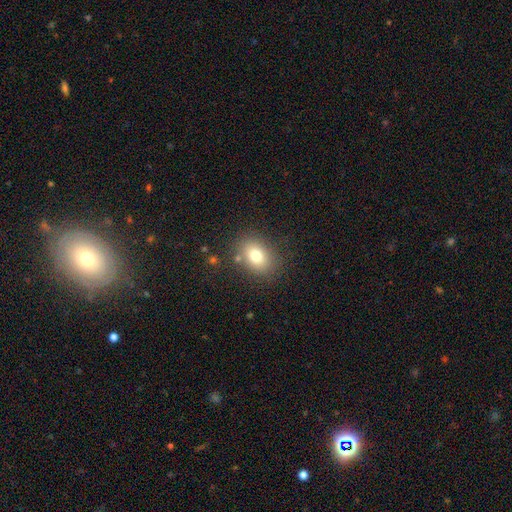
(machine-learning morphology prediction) This appears to be a smooth galaxy with no disk features (77%) that is in between round and cigar-shaped (64%). Merging: none (81%).